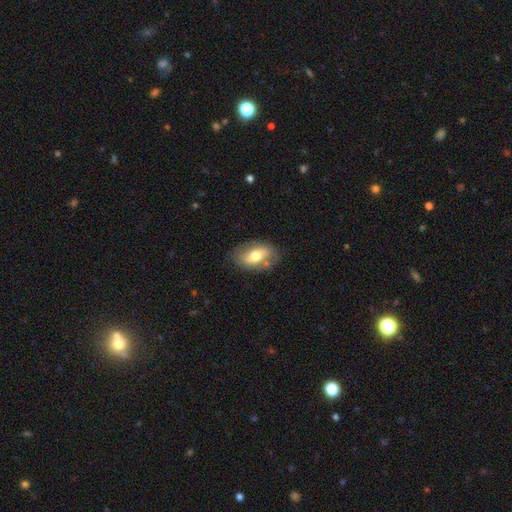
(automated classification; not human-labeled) Smooth or featured: smooth — 57% (featured or disk — 36%)
How rounded: in between — 88% (round — 9%)
Merging: none — 72% (minor disturbance — 19%)